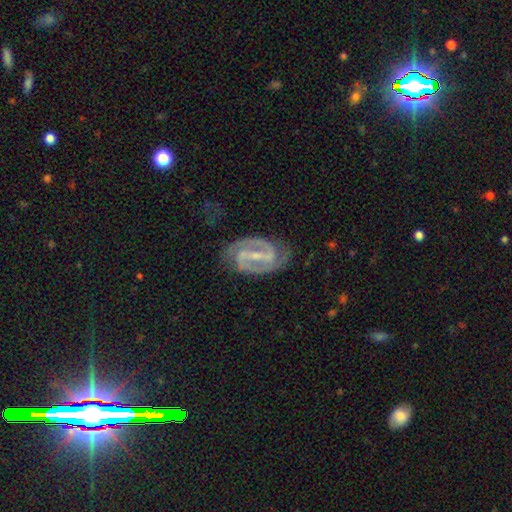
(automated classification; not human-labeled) Smooth or featured: featured or disk — 91% (star or artifact — 5%)
Edge-on disk: no — 97% (yes — 3%)
Bar: strong — 58% (weak — 32%)
Spiral arms: yes — 98% (no — 2%)
Spiral winding: medium — 51% (tight — 39%)
Spiral arm count: 2 — 93% (can't tell — 2%)
Bulge size: small — 67% (moderate — 17%)
Merging: none — 80% (minor disturbance — 14%)